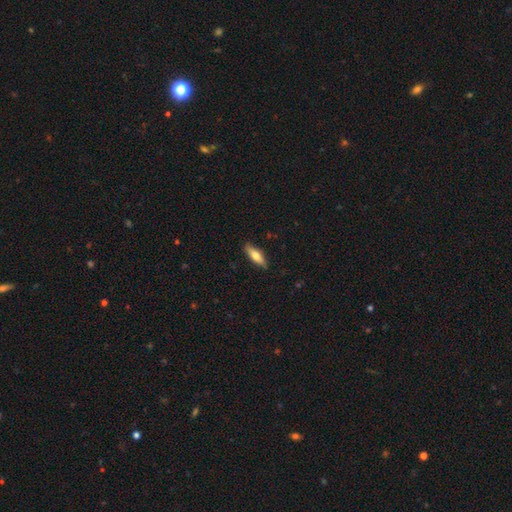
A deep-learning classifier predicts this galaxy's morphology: Overall: smooth (65%; featured or disk 29%). How rounded: cigar-shaped (50%; in between 48%). Merging: none (88%).